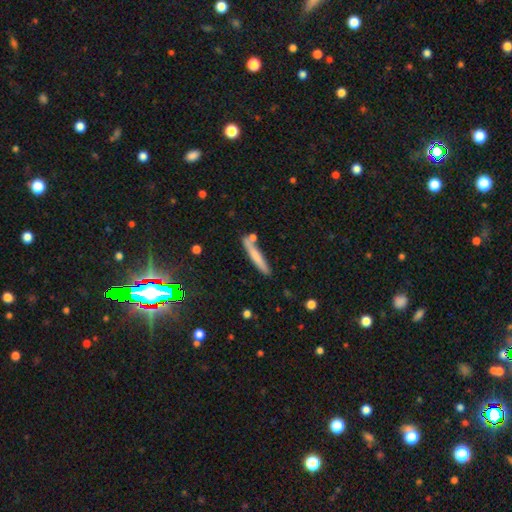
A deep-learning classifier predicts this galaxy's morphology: This appears to be a smooth galaxy with no disk features (64%) that is cigar-shaped (94%). Merging: none (73%).